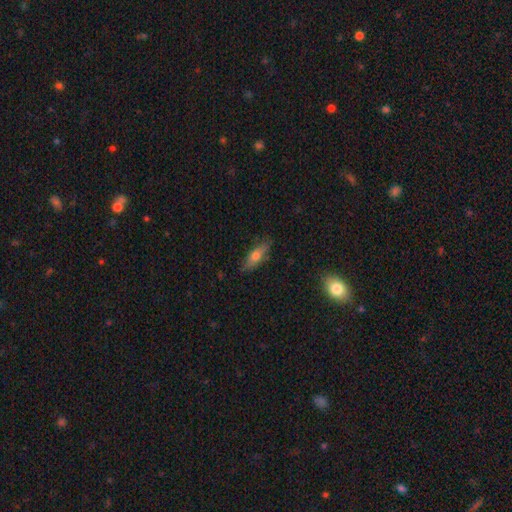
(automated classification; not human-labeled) The model was most divided on "how rounded": in between: 55%, cigar-shaped: 42%, round: 3%. More confident: merging — none (82%); smooth or featured — smooth (65%).